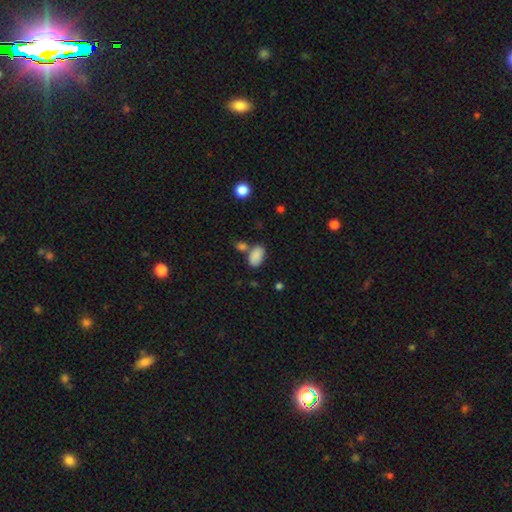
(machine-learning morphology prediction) type=smooth (87%); roundness=in between (93%); merging=none (62%).